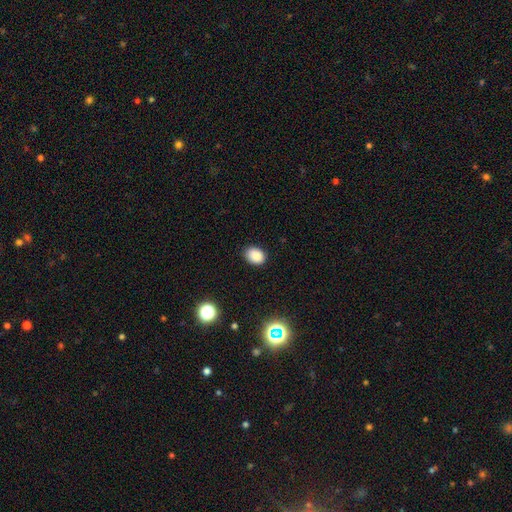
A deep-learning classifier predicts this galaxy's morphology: Smooth or featured: smooth — 86% (star or artifact — 10%)
How rounded: in between — 66% (round — 34%)
Merging: none — 85% (minor disturbance — 12%)